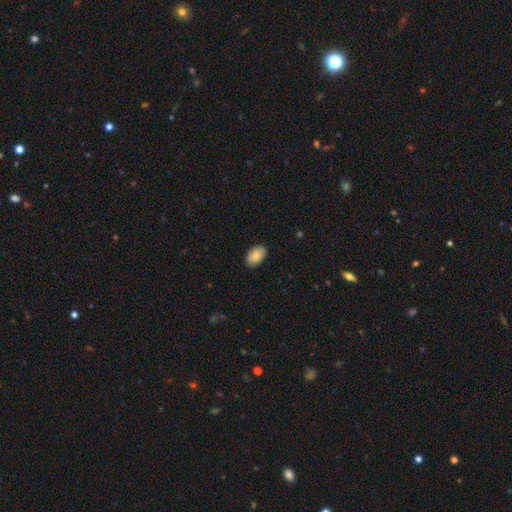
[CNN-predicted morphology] smooth 83%, featured or disk 11%, star or artifact 7%. Down the decision tree: how rounded — in between (89%); merging — none (87%).